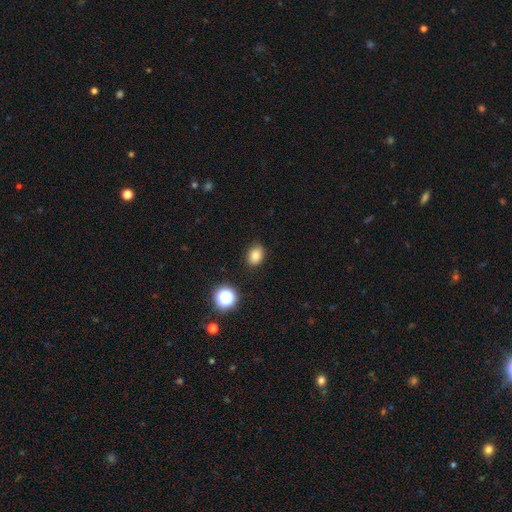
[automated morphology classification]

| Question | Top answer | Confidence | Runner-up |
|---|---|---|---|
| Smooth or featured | smooth | 81% | star or artifact (13%) |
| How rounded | in between | 68% | round (31%) |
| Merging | none | 86% | minor disturbance (10%) |